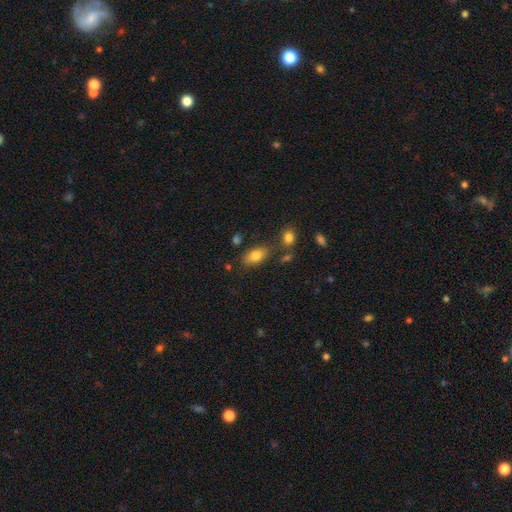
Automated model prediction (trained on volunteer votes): smooth_or_featured: smooth (p=0.79) [alt: featured or disk p=0.12]
how_rounded: in between (p=0.89) [alt: round p=0.07]
merging: none (p=0.72) [alt: minor disturbance p=0.15]